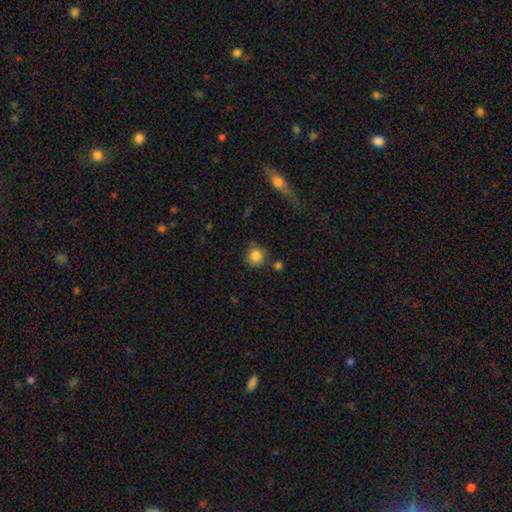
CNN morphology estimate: smooth 85%, star or artifact 9%, featured or disk 5%. Down the decision tree: how rounded — round (89%); merging — none (74%).